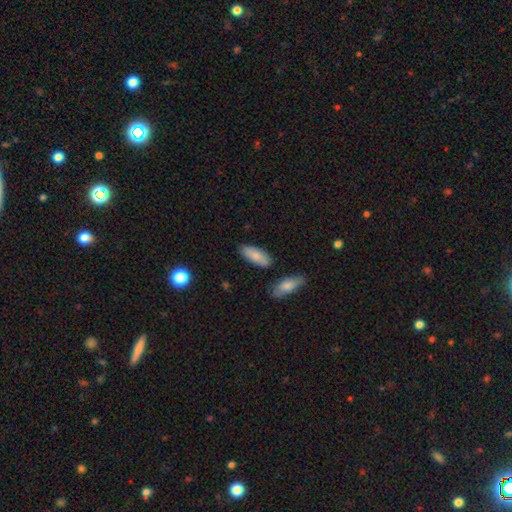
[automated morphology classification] smooth-or-featured: smooth: 83% | featured or disk: 11% | star or artifact: 6%
  how-rounded: in between: 79% | cigar-shaped: 19% | round: 2%
  merging: none: 79% | minor disturbance: 13% | merger: 5% | major disturbance: 3%